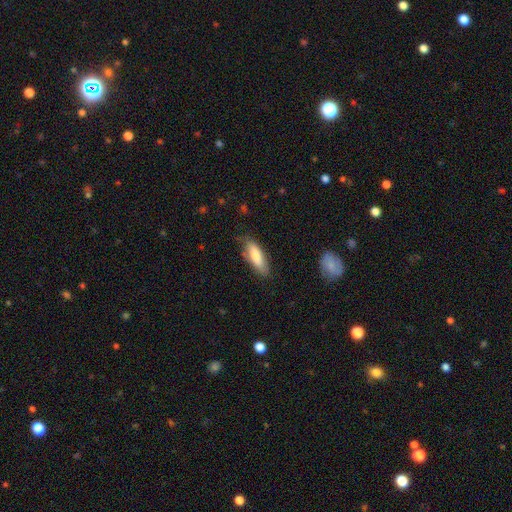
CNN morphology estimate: This is likely a smooth galaxy (77%). How rounded: possibly in between (59%). Merging: likely none (71%).